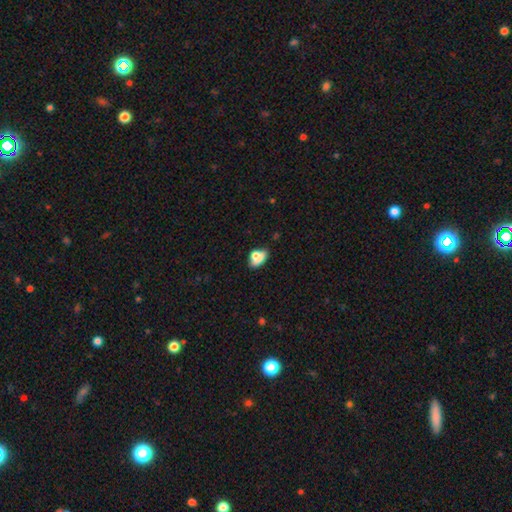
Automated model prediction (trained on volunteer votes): The model was most divided on "merging": none: 41%, minor disturbance: 25%, merger: 24%, major disturbance: 11%. More confident: how rounded — in between (82%); smooth or featured — smooth (69%).